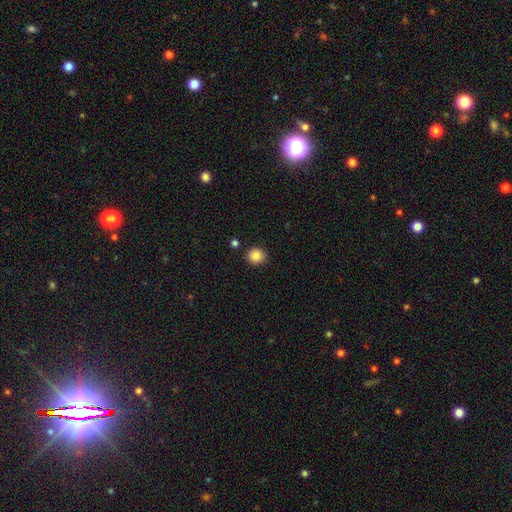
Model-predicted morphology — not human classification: smooth_or_featured: smooth (p=0.87) [alt: star or artifact p=0.10]
how_rounded: round (p=0.84) [alt: in between p=0.15]
merging: none (p=0.88) [alt: minor disturbance p=0.07]